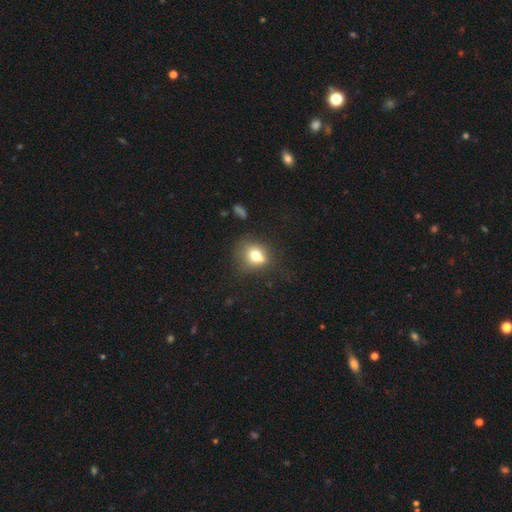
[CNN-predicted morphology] Smooth or featured? smooth (71%)
How rounded? round (71%)
Merging? none (54%)